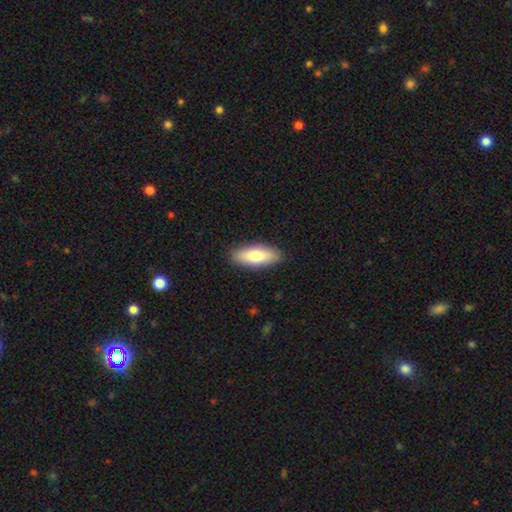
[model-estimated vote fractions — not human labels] Morphology: type=smooth (74%); roundness=in between (73%); merging=none (89%).